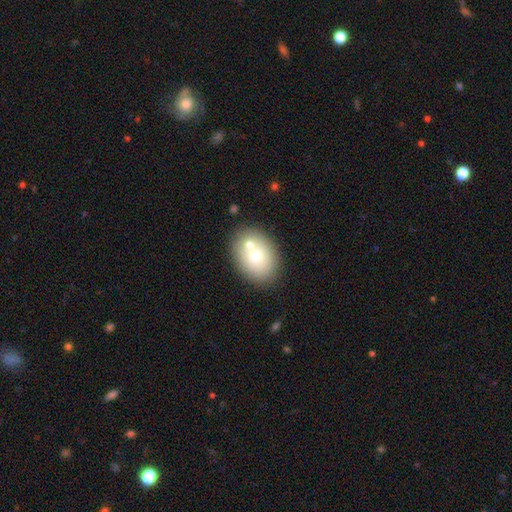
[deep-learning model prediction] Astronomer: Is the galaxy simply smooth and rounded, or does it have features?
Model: smooth — 71%.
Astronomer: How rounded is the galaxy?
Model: in between — 69%.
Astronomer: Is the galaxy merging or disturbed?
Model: none — 65%.